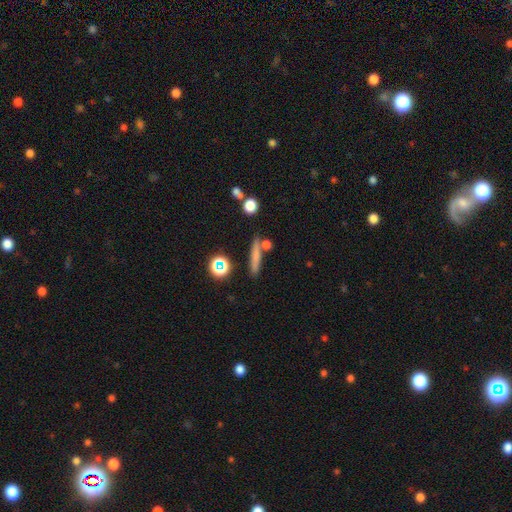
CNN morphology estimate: A smooth galaxy with no disk features (67%) that is cigar-shaped (84%). Merging: none (76%).